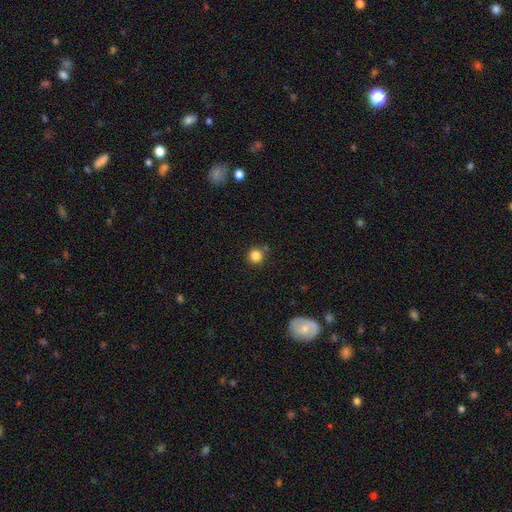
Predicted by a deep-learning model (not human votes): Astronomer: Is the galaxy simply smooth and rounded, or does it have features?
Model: smooth — 85%.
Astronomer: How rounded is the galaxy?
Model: round — 93%.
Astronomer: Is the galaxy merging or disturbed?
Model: none — 82%.